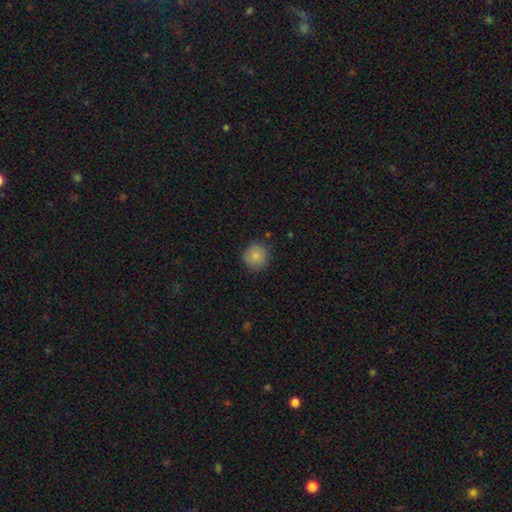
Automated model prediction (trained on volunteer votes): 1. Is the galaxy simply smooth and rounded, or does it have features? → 82% smooth, 9% featured or disk, 9% star or artifact.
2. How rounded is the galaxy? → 93% round, 6% in between, 1% cigar-shaped.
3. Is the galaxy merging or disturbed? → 84% none, 12% minor disturbance, 3% major disturbance, 1% merger.